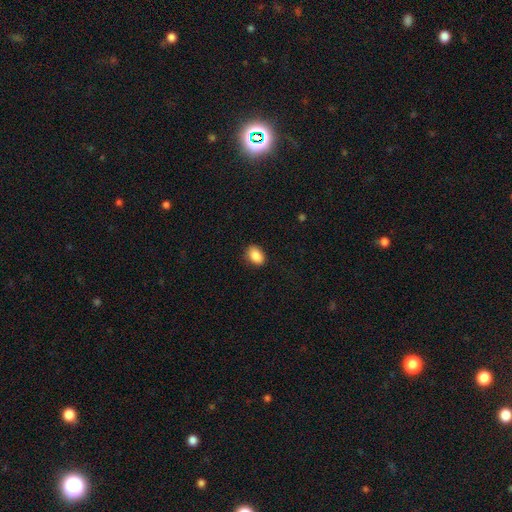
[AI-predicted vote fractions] This appears to be a smooth galaxy with no disk features (88%) that is in between round and cigar-shaped (76%). Merging: none (86%).